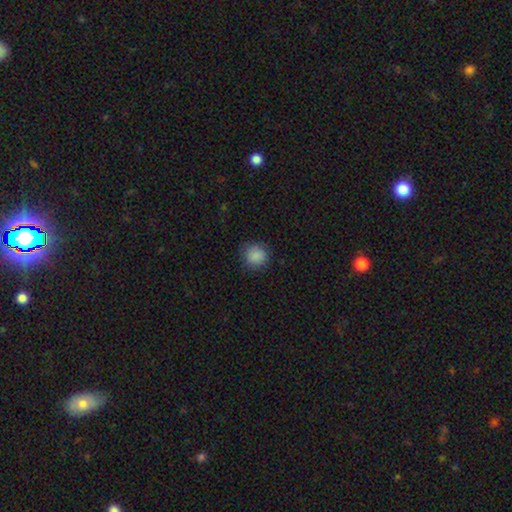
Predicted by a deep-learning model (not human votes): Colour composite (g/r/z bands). It shows a smooth galaxy with no disk features (88%) that is round (88%). Merging: none (84%).